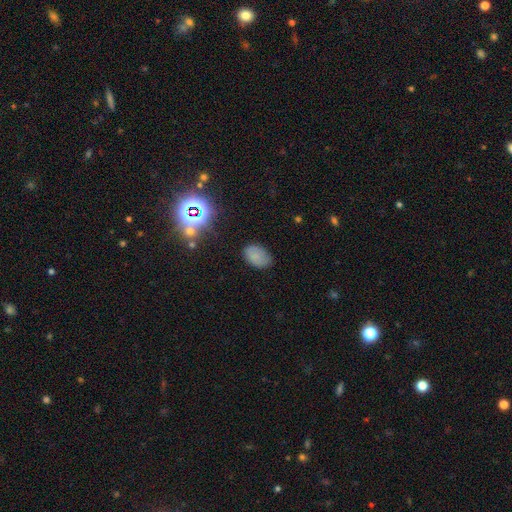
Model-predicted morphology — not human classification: Overall: smooth (77%). How rounded: in between (87%). Merging: none (77%).